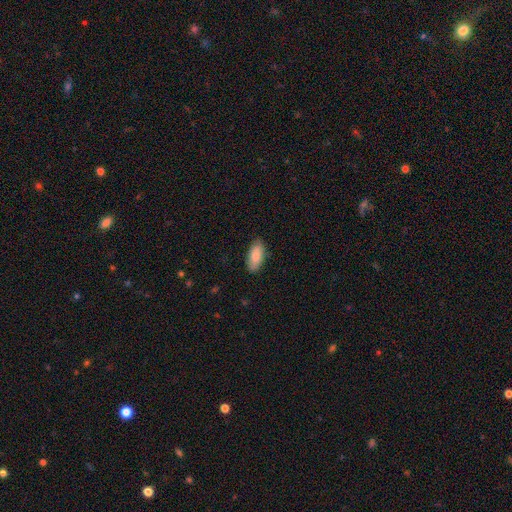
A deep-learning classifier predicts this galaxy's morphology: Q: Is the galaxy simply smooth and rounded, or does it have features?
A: smooth — 86%.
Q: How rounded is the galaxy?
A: in between — 88%.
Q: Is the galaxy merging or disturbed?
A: none — 85%.